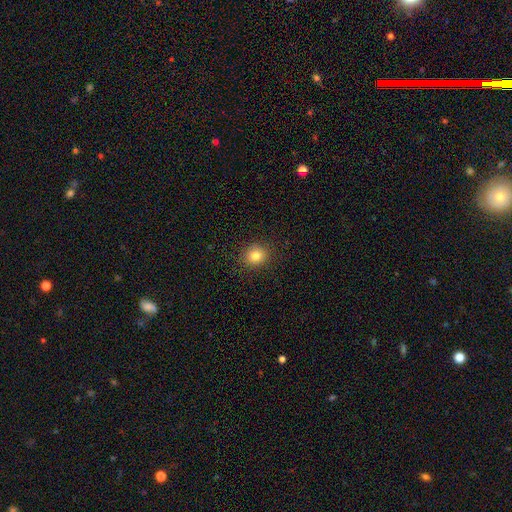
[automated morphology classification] Smooth or featured? Predicted: smooth (p=0.82). How rounded? Predicted: round (p=0.80). Merging? Predicted: none (p=0.90).